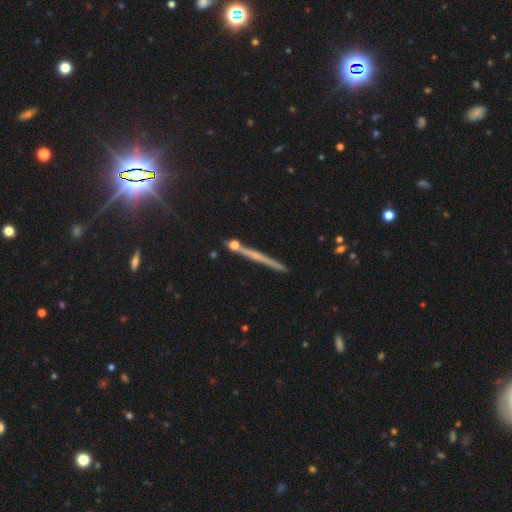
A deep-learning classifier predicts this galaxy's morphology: featured or disk 51%, smooth 35%, star or artifact 14%. Down the decision tree: edge-on disk — yes (95%); merging — none (82%).